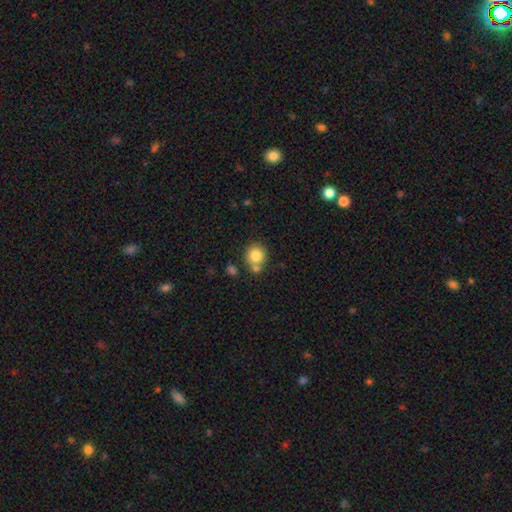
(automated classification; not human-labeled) Q: Smooth or featured?
A: smooth (82%); runner-up: star or artifact (10%)
Q: How rounded?
A: round (86%); runner-up: in between (13%)
Q: Merging?
A: none (60%); runner-up: merger (26%)